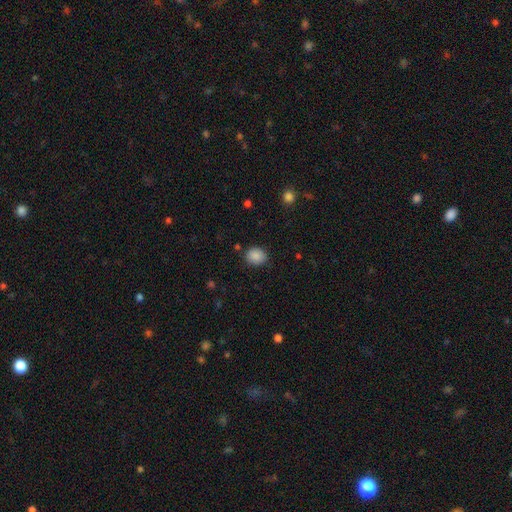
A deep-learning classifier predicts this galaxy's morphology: Smooth or featured? smooth (88%)
How rounded? round (62%)
Merging? none (83%)